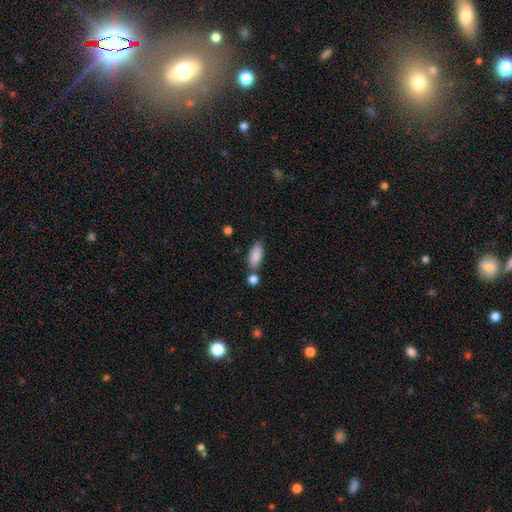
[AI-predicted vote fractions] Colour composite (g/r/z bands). It shows a smooth galaxy with no disk features (88%) that is in between round and cigar-shaped (83%). Merging: none (67%).